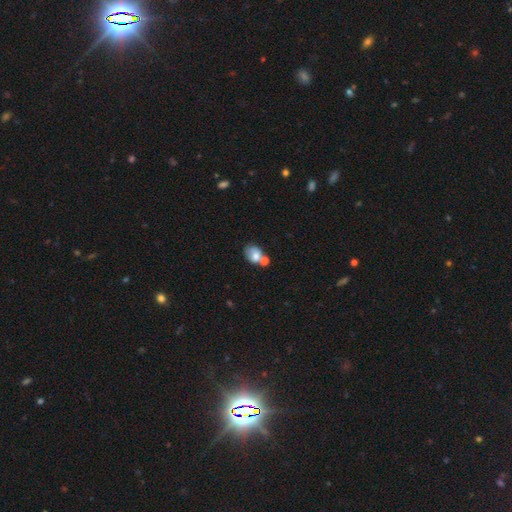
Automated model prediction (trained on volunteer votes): Smooth or featured?
  - smooth: 72% *
  - featured or disk: 19%
  - star or artifact: 9%
How rounded?
  - in between: 61% *
  - round: 38%
  - cigar-shaped: 1%
Merging?
  - merger: 40% *
  - none: 36%
  - minor disturbance: 16%
  - major disturbance: 7%